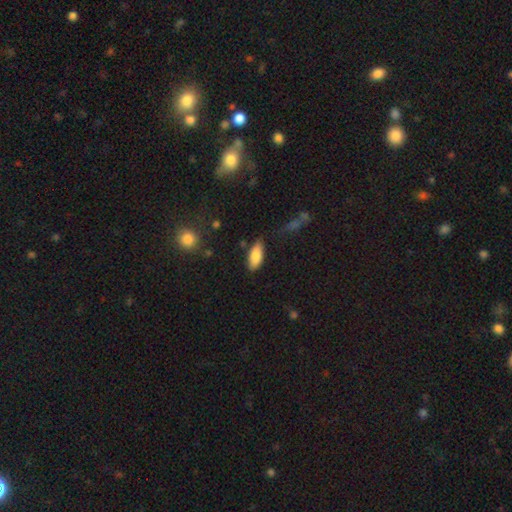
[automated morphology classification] type=smooth (84%); roundness=in between (82%); merging=none (78%).